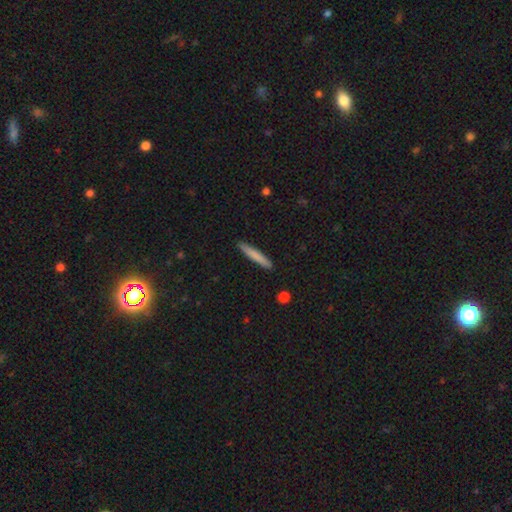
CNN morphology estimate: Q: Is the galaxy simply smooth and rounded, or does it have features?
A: smooth — 77%.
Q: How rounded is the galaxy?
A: cigar-shaped — 95%.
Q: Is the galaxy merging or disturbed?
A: none — 90%.